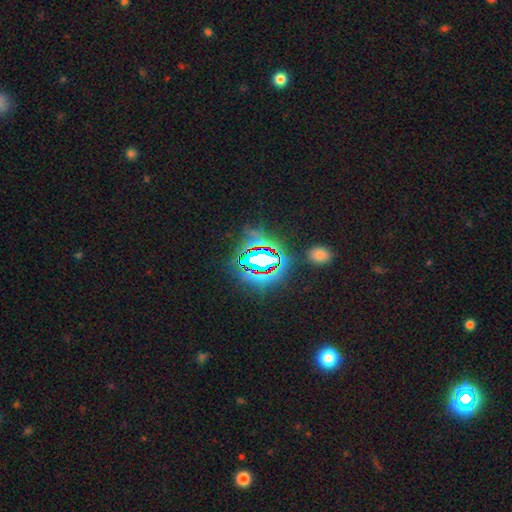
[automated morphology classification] The model was most divided on "smooth or featured": star or artifact: 81%, smooth: 12%, featured or disk: 7%.